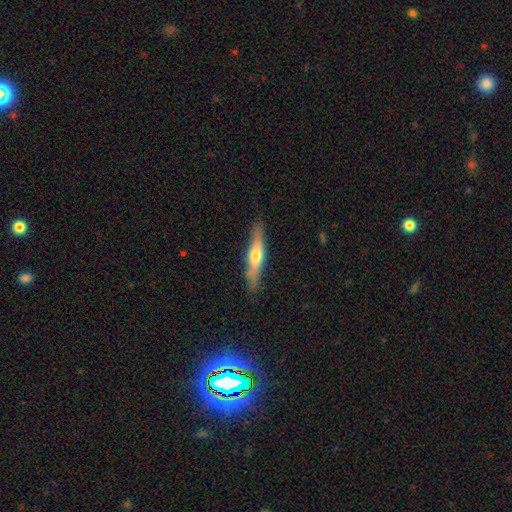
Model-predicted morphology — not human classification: smooth-or-featured: featured or disk: 50% | smooth: 44% | star or artifact: 6%
  disk-edge-on: yes: 90% | no: 10%
  merging: none: 84% | minor disturbance: 12% | major disturbance: 2% | merger: 2%